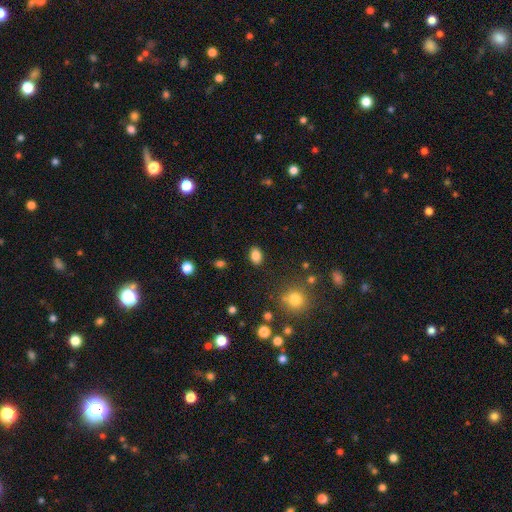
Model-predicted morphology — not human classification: Q: Smooth or featured?
A: smooth (84%); runner-up: star or artifact (10%)
Q: How rounded?
A: in between (80%); runner-up: round (18%)
Q: Merging?
A: none (87%); runner-up: minor disturbance (9%)